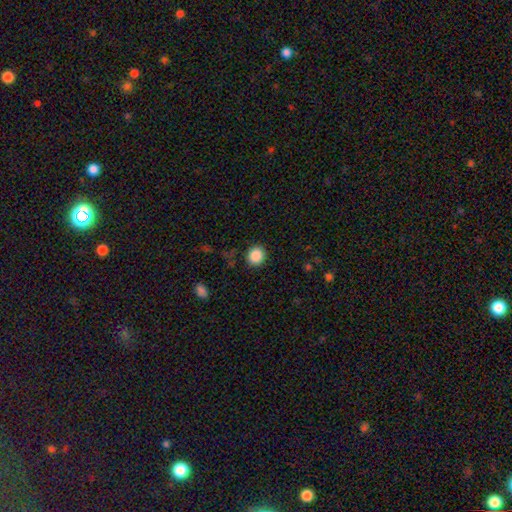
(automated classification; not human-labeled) Smooth or featured? smooth (88%)
How rounded? round (84%)
Merging? none (90%)